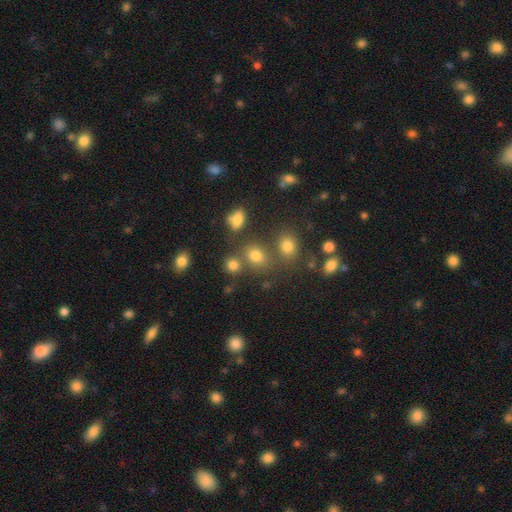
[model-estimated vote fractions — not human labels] A smooth galaxy with no disk features (71%) that is round (57%). Merging: none (64%).